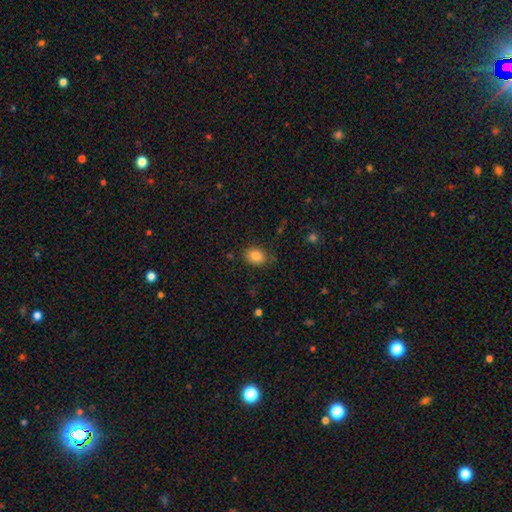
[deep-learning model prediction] This is clearly a smooth galaxy (86%). How rounded: likely in between (65%). Merging: likely none (78%).